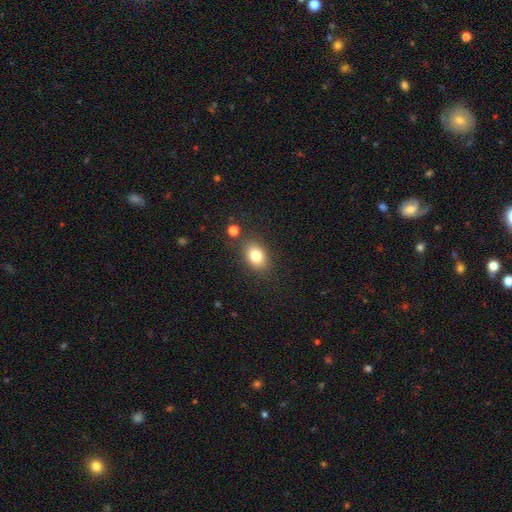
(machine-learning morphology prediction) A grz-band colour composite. It shows a smooth galaxy with no disk features (81%) that is in between round and cigar-shaped (71%). Merging: none (81%).